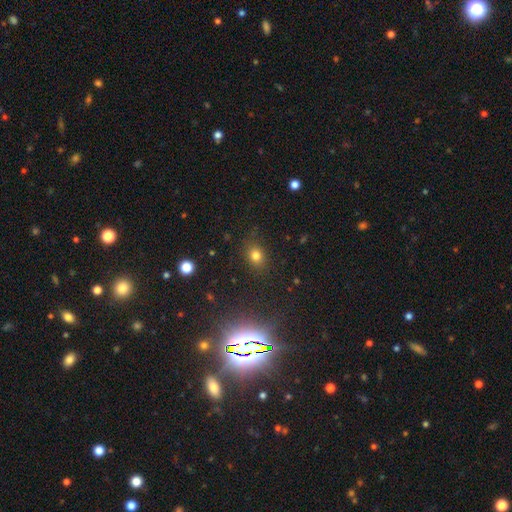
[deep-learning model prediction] Smooth or featured? smooth (77%)
How rounded? round (53%)
Merging? none (84%)